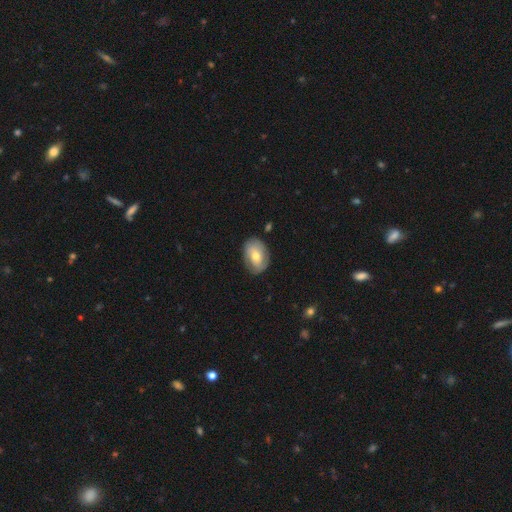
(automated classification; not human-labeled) Smooth or featured? smooth (50%)
Merging? none (77%)